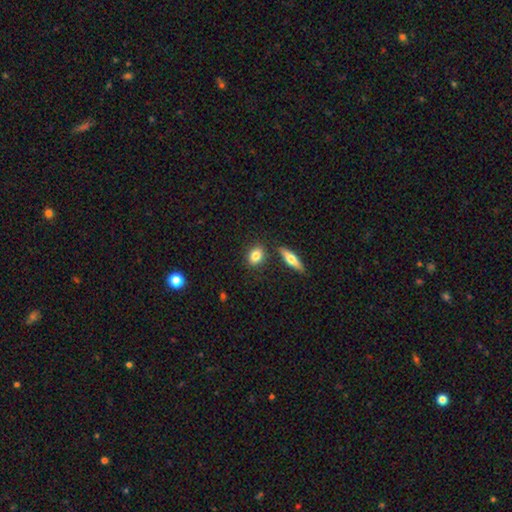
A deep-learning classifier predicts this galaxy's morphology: Smooth or featured? Predicted: smooth (p=0.81). How rounded? Predicted: in between (p=0.63). Merging? Predicted: none (p=0.80).